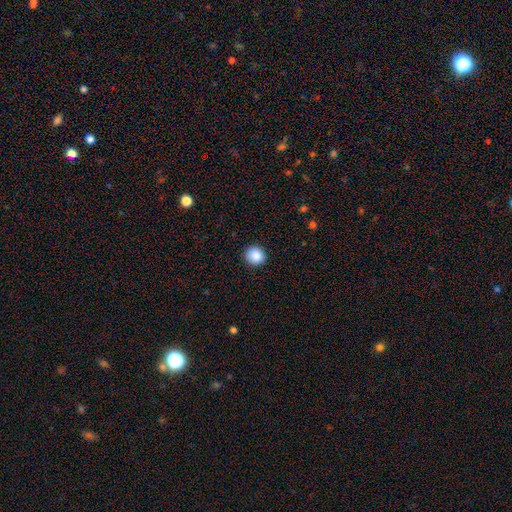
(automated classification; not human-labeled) Morphology: type=smooth (88%); roundness=round (90%); merging=none (91%).